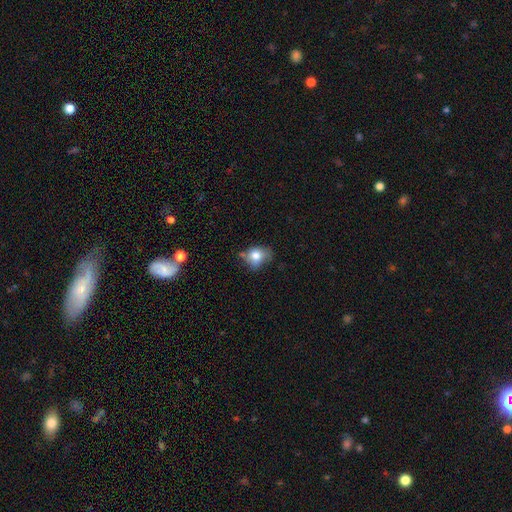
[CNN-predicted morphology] This is likely a smooth galaxy (75%). How rounded: possibly round (52%). Merging: possibly none (47%).